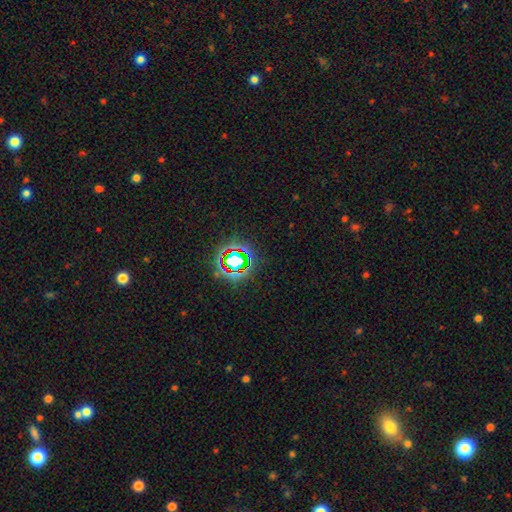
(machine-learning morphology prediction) A star or artifact, not a galaxy (72%).

Vote fractions:
- Smooth or featured? star or artifact: 72% / smooth: 19% / featured or disk: 9%